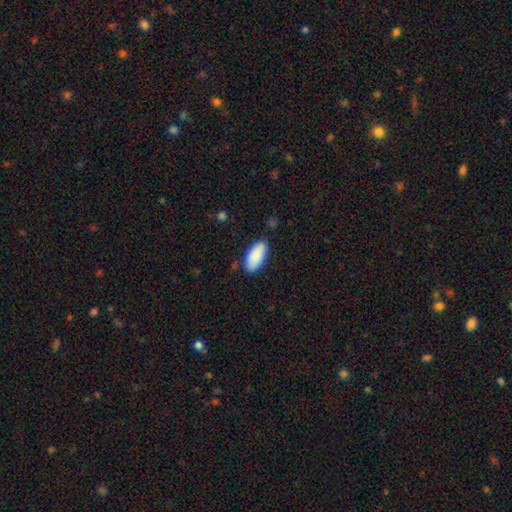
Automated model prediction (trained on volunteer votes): Morphology: type=smooth (88%); roundness=in between (92%); merging=none (84%).